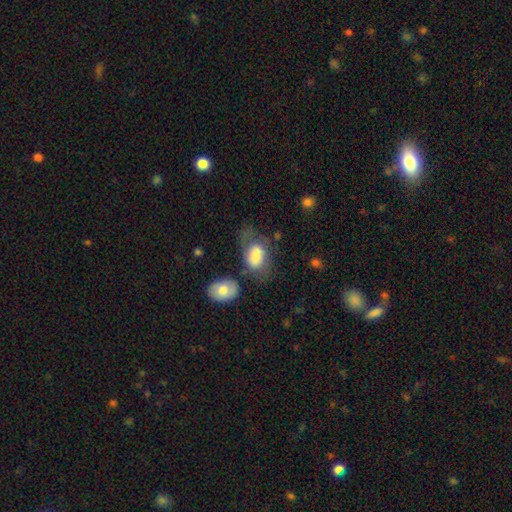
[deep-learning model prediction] Q: Smooth or featured?
A: smooth (68%); runner-up: featured or disk (24%)
Q: How rounded?
A: in between (82%); runner-up: round (17%)
Q: Merging?
A: none (36%); runner-up: major disturbance (29%)